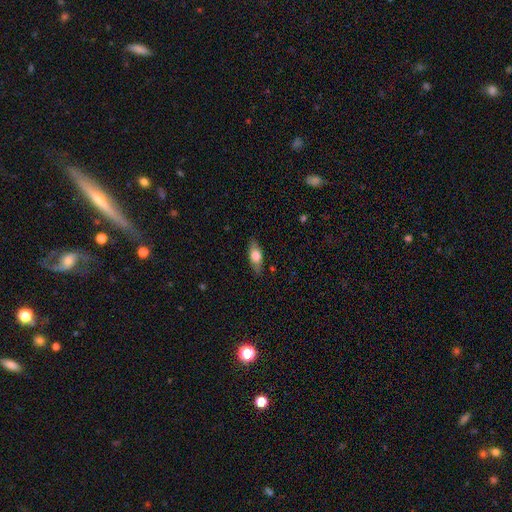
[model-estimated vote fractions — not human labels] A smooth galaxy with no disk features (67%) that is in between round and cigar-shaped (77%).

Vote fractions:
- Smooth or featured? smooth: 67% / featured or disk: 27% / star or artifact: 7%
- How rounded? in between: 77% / cigar-shaped: 19% / round: 4%
- Merging? none: 82% / minor disturbance: 14% / major disturbance: 3% / merger: 1%